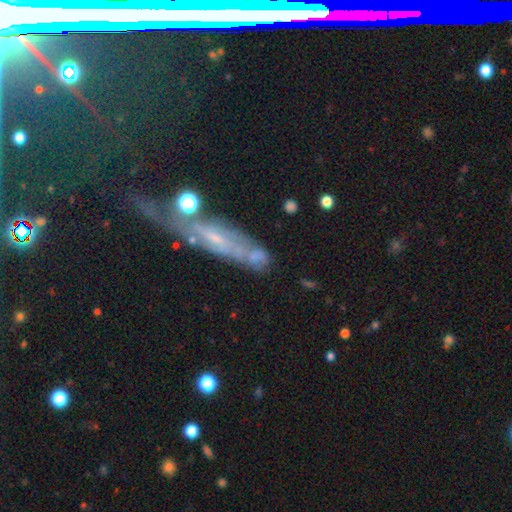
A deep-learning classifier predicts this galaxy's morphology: Smooth or featured: smooth — 53% (featured or disk — 34%)
How rounded: in between — 54% (cigar-shaped — 29%)
Merging: merger — 36% (none — 34%)